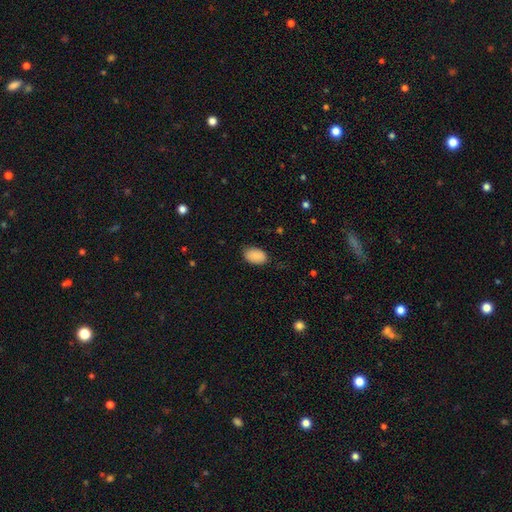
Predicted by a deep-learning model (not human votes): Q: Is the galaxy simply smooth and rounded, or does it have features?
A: smooth — 89%.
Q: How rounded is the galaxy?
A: in between — 91%.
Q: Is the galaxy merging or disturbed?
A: none — 83%.